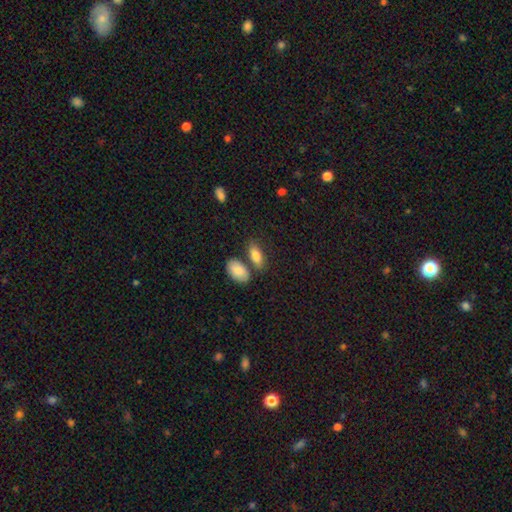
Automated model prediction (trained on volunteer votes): A smooth galaxy with no disk features (84%) that is in between round and cigar-shaped (87%). Merging: none (64%).